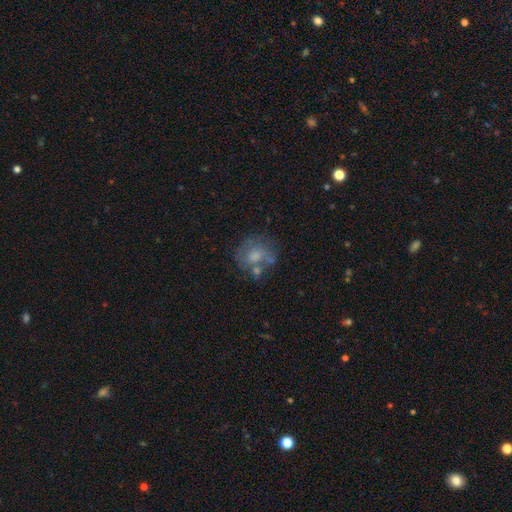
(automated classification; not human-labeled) Q: Smooth or featured?
A: smooth (52%); runner-up: featured or disk (36%)
Q: How rounded?
A: round (63%); runner-up: in between (36%)
Q: Merging?
A: none (46%); runner-up: minor disturbance (20%)